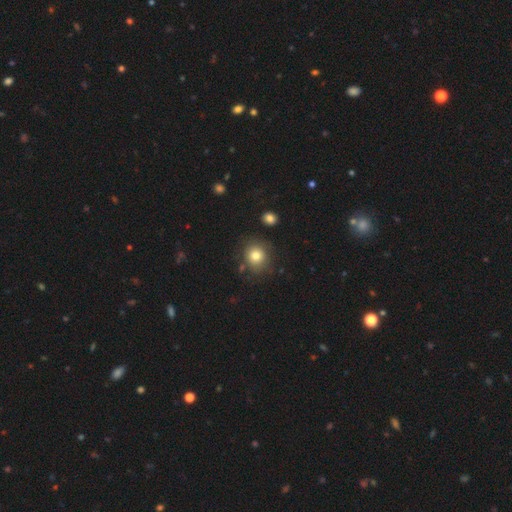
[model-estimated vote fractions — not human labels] Overall: smooth (80%). How rounded: round (83%). Merging: none (79%).